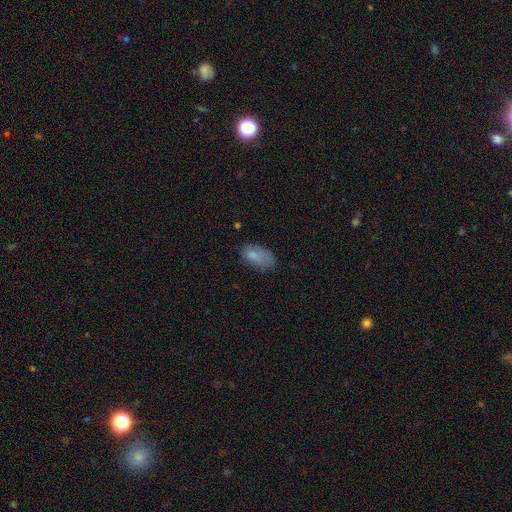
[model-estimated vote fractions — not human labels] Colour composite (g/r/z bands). It shows a smooth galaxy with no disk features (79%) that is in between round and cigar-shaped (93%). Merging: none (54%).